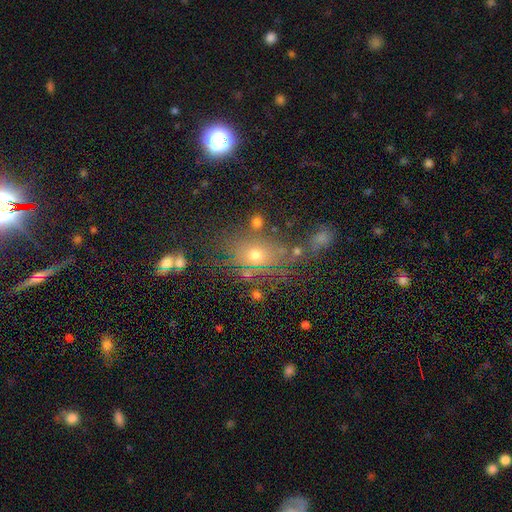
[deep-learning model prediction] Q: Smooth or featured?
A: smooth (61%); runner-up: star or artifact (21%)
Q: How rounded?
A: in between (50%); runner-up: round (47%)
Q: Merging?
A: none (64%); runner-up: minor disturbance (15%)